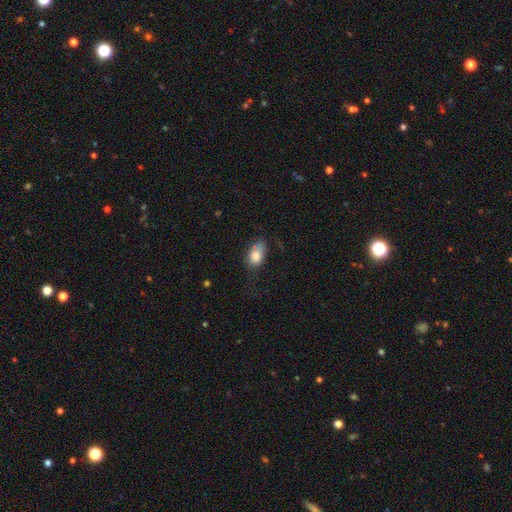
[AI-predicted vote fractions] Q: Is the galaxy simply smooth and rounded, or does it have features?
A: smooth — 79%.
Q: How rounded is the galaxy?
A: in between — 85%.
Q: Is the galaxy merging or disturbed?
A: none — 41%.